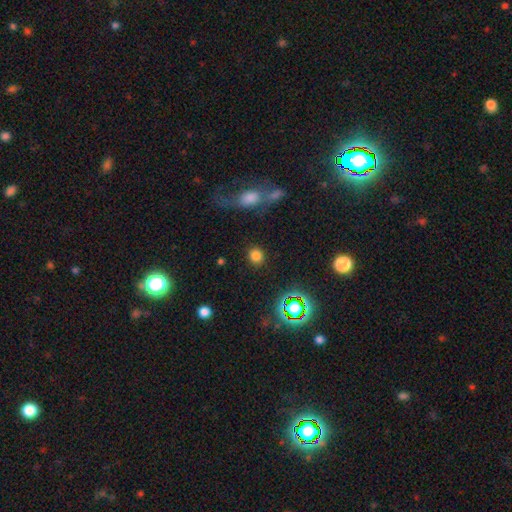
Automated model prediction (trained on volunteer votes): smooth-or-featured: smooth: 78% | star or artifact: 16% | featured or disk: 6%
  how-rounded: round: 84% | in between: 15% | cigar-shaped: 1%
  merging: none: 88% | minor disturbance: 7% | major disturbance: 3% | merger: 3%